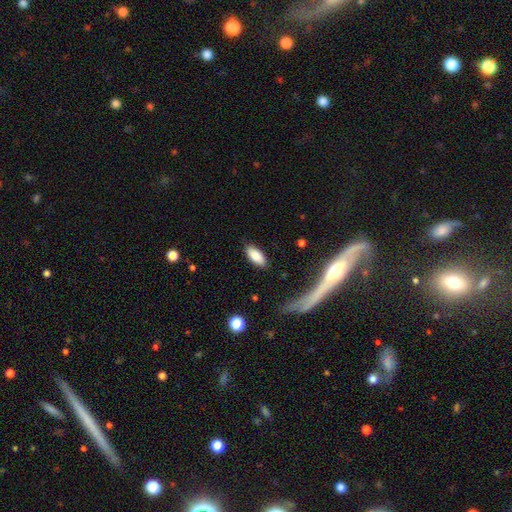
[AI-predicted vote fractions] Overall: smooth (84%). How rounded: in between (86%). Merging: none (86%).